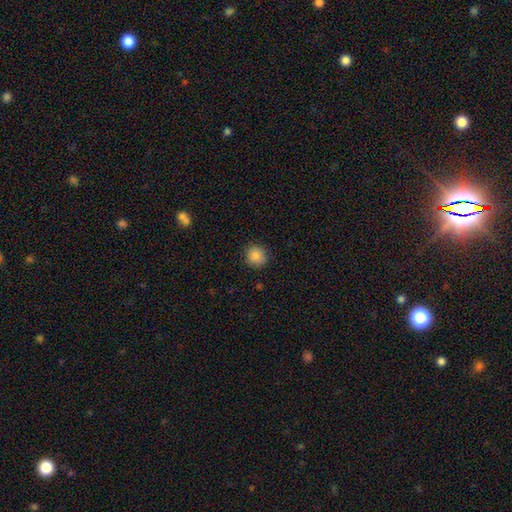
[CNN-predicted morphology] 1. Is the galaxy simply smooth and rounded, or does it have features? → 87% smooth, 9% star or artifact, 4% featured or disk.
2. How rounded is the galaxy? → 92% round, 7% in between, 1% cigar-shaped.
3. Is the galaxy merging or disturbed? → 89% none, 8% minor disturbance, 2% major disturbance, 1% merger.